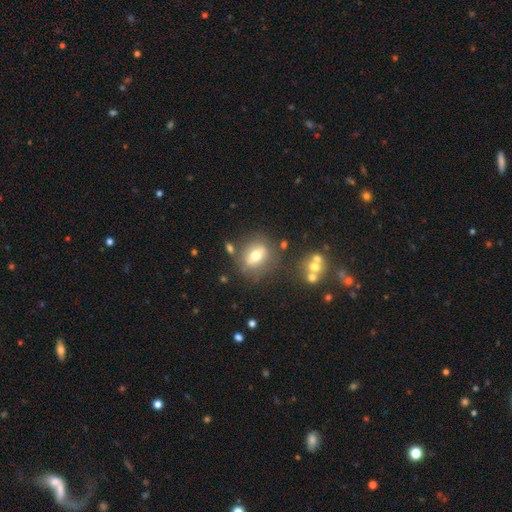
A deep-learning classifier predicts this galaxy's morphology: Smooth or featured: smooth — 55% (featured or disk — 35%)
How rounded: in between — 56% (round — 38%)
Merging: none — 73% (minor disturbance — 13%)